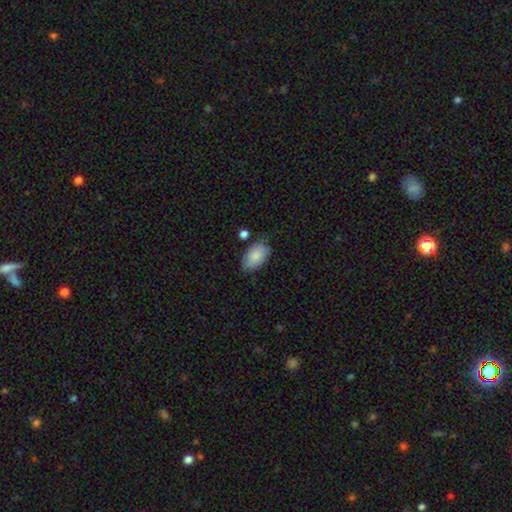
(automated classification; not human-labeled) smooth-or-featured: smooth: 85% | featured or disk: 9% | star or artifact: 6%
  how-rounded: in between: 94% | round: 4% | cigar-shaped: 2%
  merging: none: 73% | minor disturbance: 19% | merger: 4% | major disturbance: 4%